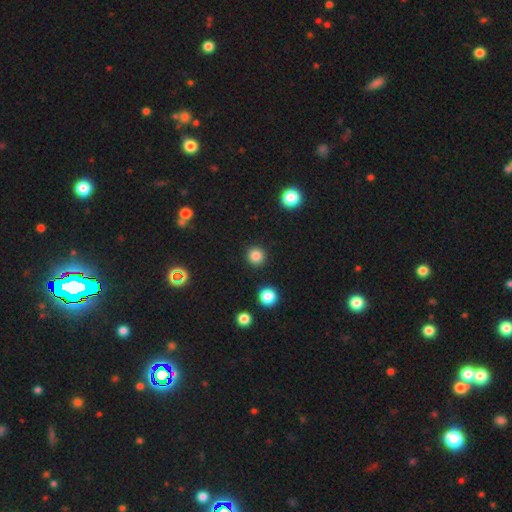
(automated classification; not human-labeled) smooth_or_featured: smooth (p=0.84) [alt: star or artifact p=0.13]
how_rounded: round (p=0.94) [alt: in between p=0.05]
merging: none (p=0.91) [alt: minor disturbance p=0.05]